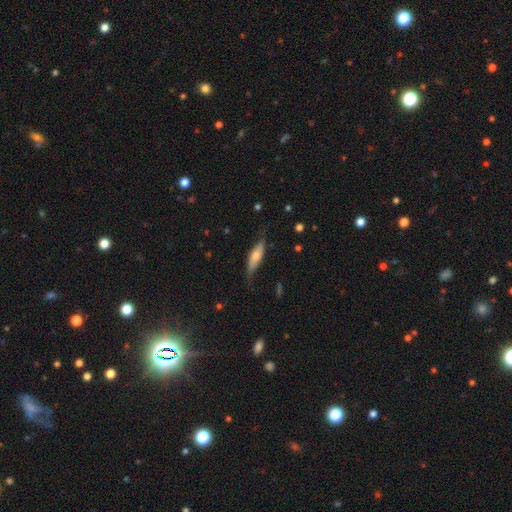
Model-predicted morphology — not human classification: This is possibly a smooth galaxy (47%, tied with featured or disk). Merging: likely none (69%).